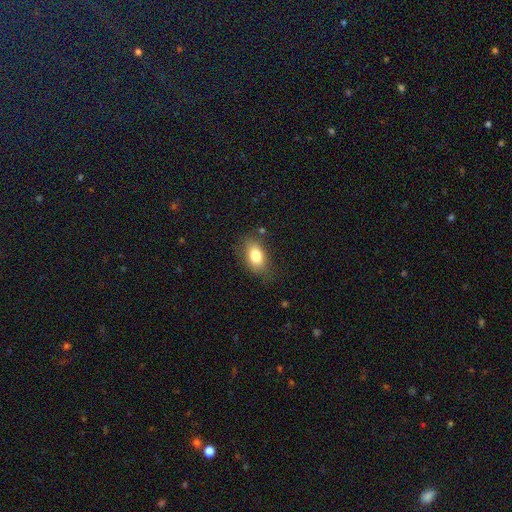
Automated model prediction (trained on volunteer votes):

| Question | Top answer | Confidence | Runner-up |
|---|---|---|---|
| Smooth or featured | smooth | 80% | featured or disk (11%) |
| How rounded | in between | 86% | round (11%) |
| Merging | none | 77% | minor disturbance (16%) |